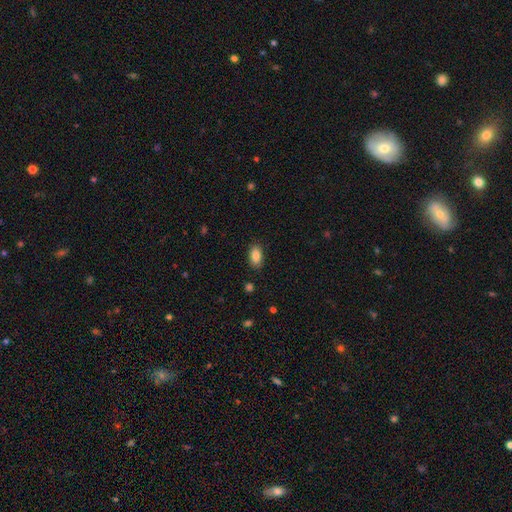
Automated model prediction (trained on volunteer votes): smooth_or_featured: smooth (p=0.86) [alt: star or artifact p=0.08]
how_rounded: in between (p=0.91) [alt: round p=0.06]
merging: none (p=0.87) [alt: minor disturbance p=0.10]